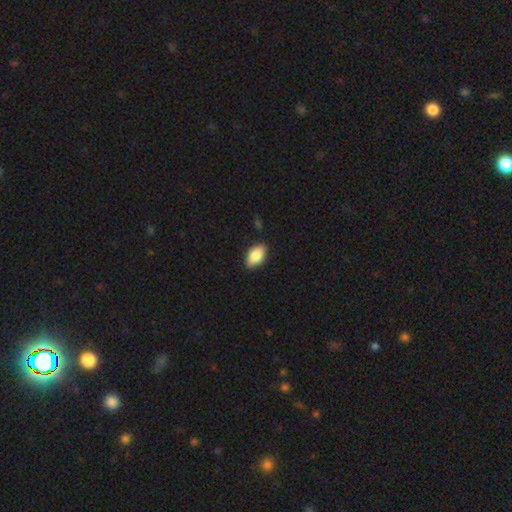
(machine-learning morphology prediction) Smooth or featured? Predicted: smooth (p=0.85). How rounded? Predicted: in between (p=0.92). Merging? Predicted: none (p=0.86).